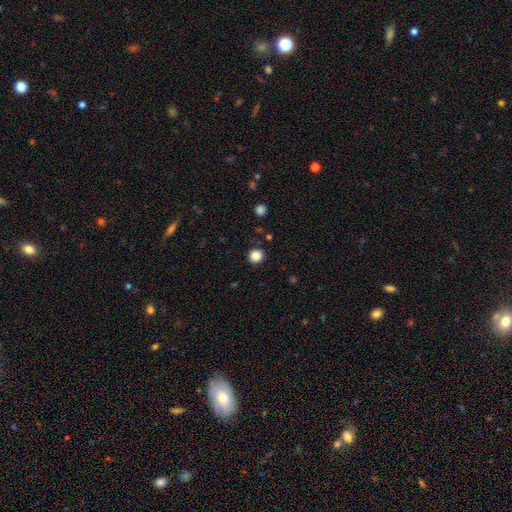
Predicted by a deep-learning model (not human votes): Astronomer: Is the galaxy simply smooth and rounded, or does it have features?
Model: smooth — 86%.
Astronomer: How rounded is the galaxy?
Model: round — 92%.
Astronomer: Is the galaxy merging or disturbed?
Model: none — 91%.